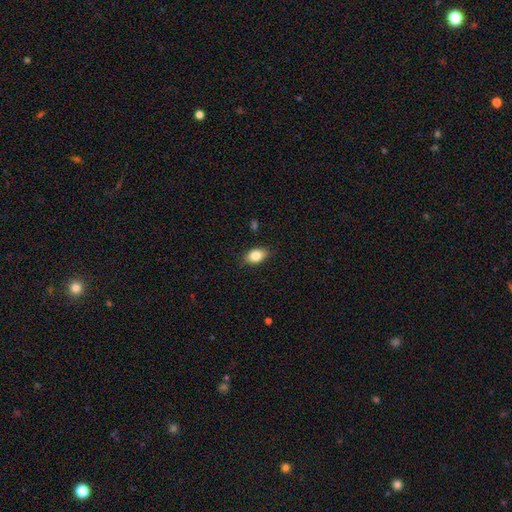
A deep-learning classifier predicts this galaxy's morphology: This is clearly a smooth galaxy (83%). How rounded: clearly in between (85%). Merging: clearly none (84%).